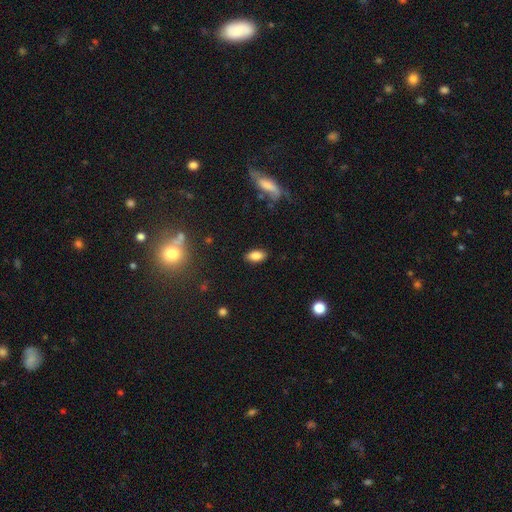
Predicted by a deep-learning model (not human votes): The model was most divided on "smooth or featured": smooth: 84%, star or artifact: 9%, featured or disk: 7%. More confident: how rounded — in between (92%); merging — none (87%).